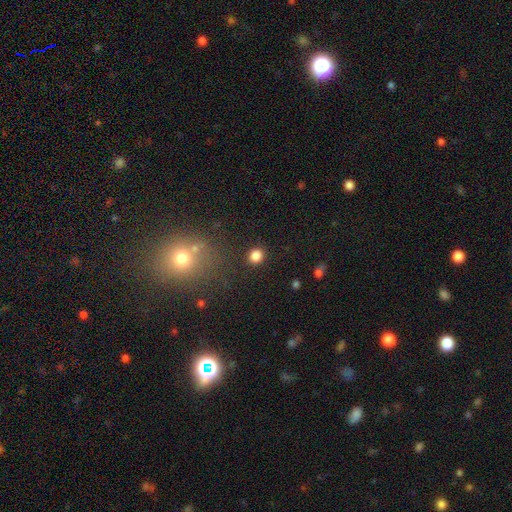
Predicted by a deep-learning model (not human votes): Smooth or featured?
  - smooth: 84% *
  - star or artifact: 12%
  - featured or disk: 4%
How rounded?
  - round: 83% *
  - in between: 16%
  - cigar-shaped: 1%
Merging?
  - none: 89% *
  - minor disturbance: 6%
  - major disturbance: 3%
  - merger: 2%